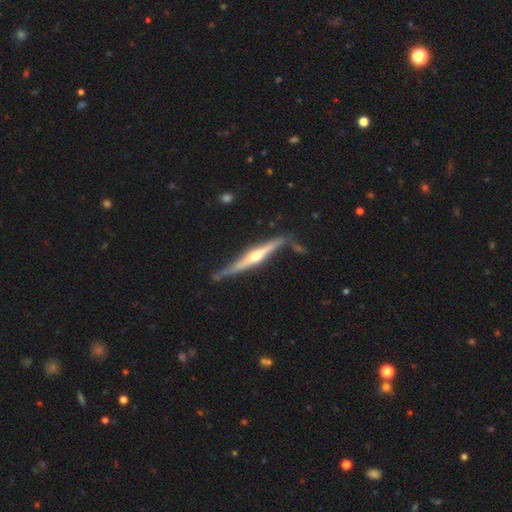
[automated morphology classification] featured or disk 79%, smooth 16%, star or artifact 5%. Down the decision tree: edge-on disk — yes (97%); edge-on bulge — rounded (87%); merging — none (68%).